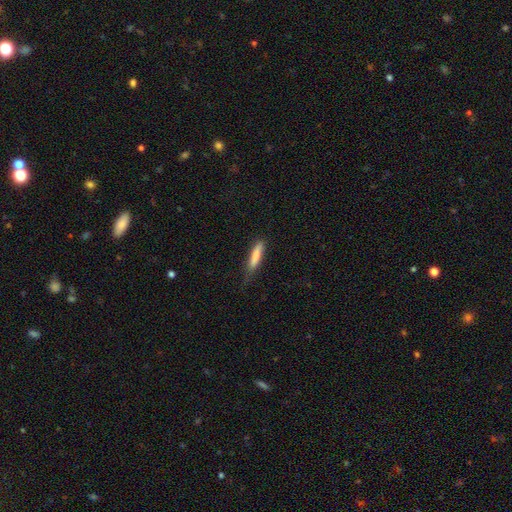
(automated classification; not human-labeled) A smooth galaxy with no disk features (81%) that is cigar-shaped (84%).

Vote fractions:
- Smooth or featured? smooth: 81% / featured or disk: 13% / star or artifact: 6%
- How rounded? cigar-shaped: 84% / in between: 14% / round: 1%
- Merging? none: 64% / minor disturbance: 29% / major disturbance: 6% / merger: 2%